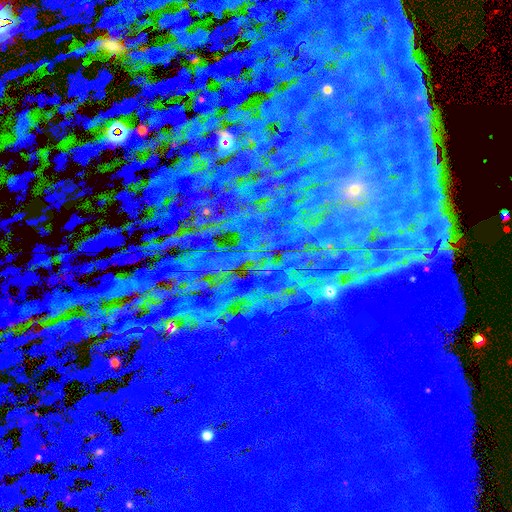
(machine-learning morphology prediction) Smooth or featured? Predicted: star or artifact (p=0.83).